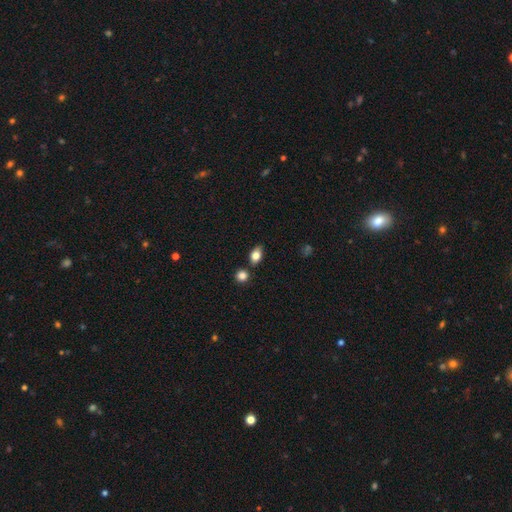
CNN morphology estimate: Smooth or featured: smooth — 81% (featured or disk — 10%)
How rounded: in between — 79% (round — 18%)
Merging: none — 74% (minor disturbance — 14%)